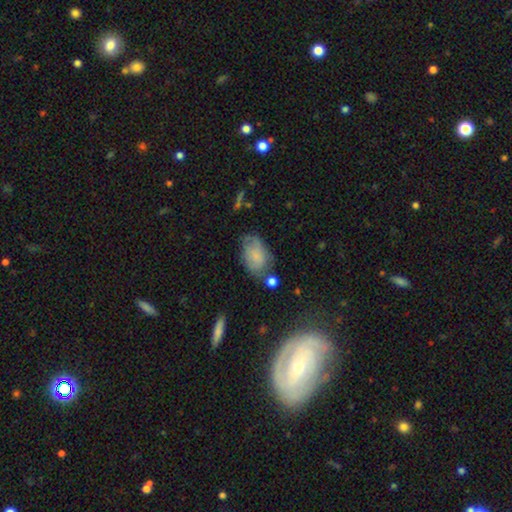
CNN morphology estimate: This appears to be a smooth galaxy with no disk features (69%) that is in between round and cigar-shaped (88%). Merging: none (50%).